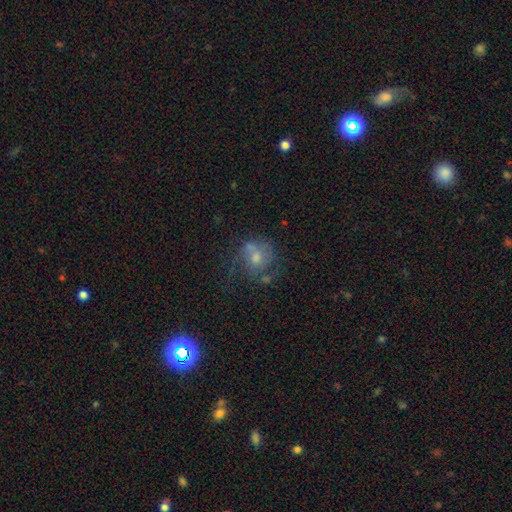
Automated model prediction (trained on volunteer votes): smooth 53%, featured or disk 35%, star or artifact 13%. Down the decision tree: how rounded — round (74%); merging — none (43%).